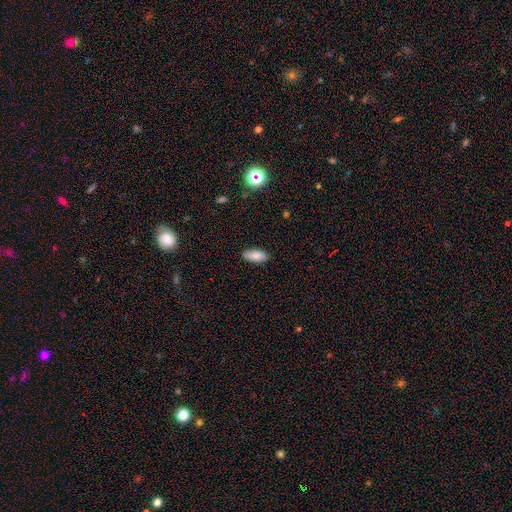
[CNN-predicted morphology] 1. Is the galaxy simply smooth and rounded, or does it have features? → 84% smooth, 8% featured or disk, 7% star or artifact.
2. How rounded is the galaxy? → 86% in between, 12% cigar-shaped, 2% round.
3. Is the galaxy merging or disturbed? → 88% none, 9% minor disturbance, 2% major disturbance, 1% merger.